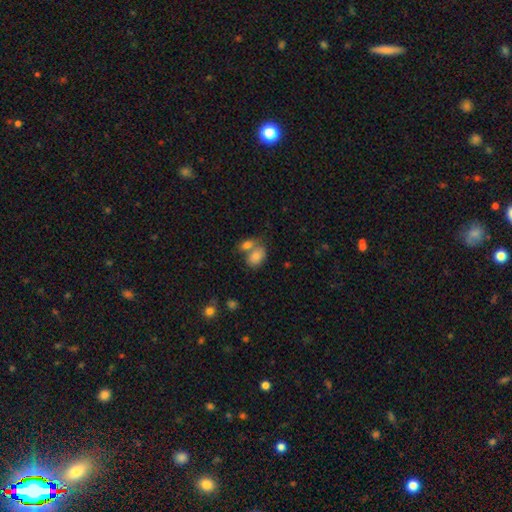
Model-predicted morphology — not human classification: This appears to be a smooth galaxy with no disk features (82%) that is in between round and cigar-shaped (81%). Merging: merger (50%).